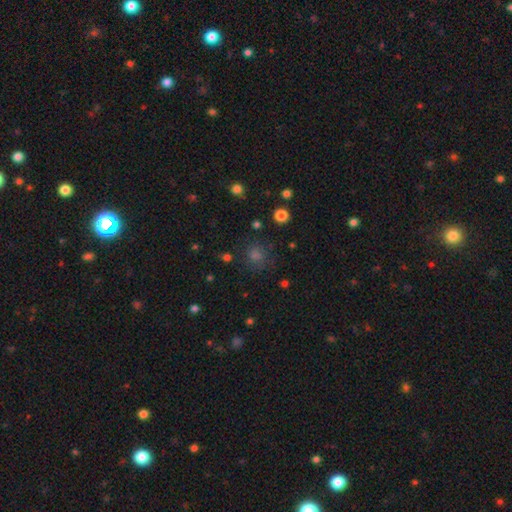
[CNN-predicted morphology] This is likely a smooth galaxy (60%). How rounded: clearly round (88%). Merging: clearly none (82%).